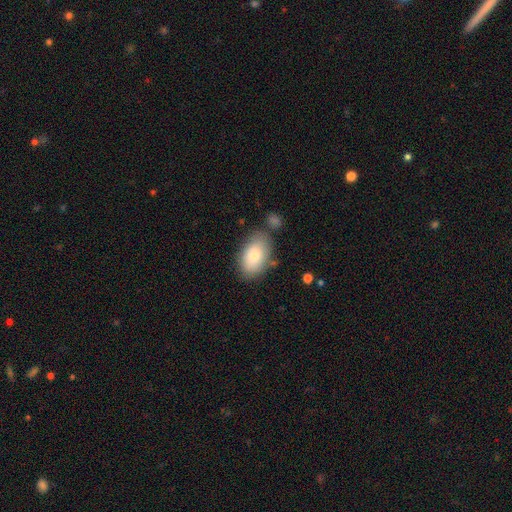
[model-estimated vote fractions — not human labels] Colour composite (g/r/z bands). It shows a smooth galaxy with no disk features (80%) that is in between round and cigar-shaped (91%). Merging: none (70%).